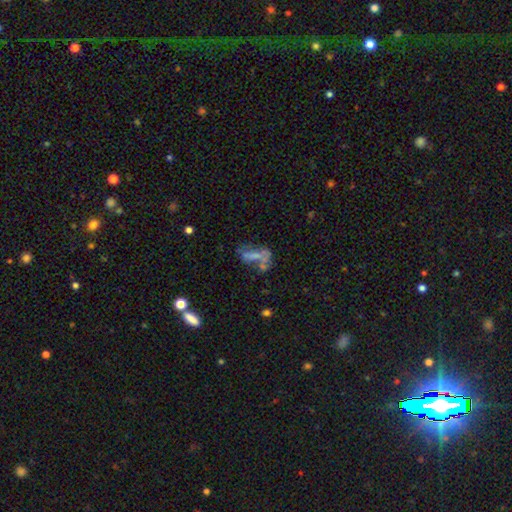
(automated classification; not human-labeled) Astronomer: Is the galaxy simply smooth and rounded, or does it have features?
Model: smooth — 43% (runner-up: featured or disk, 40%).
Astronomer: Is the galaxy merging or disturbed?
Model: merger — 29% (runner-up: none, 28%).